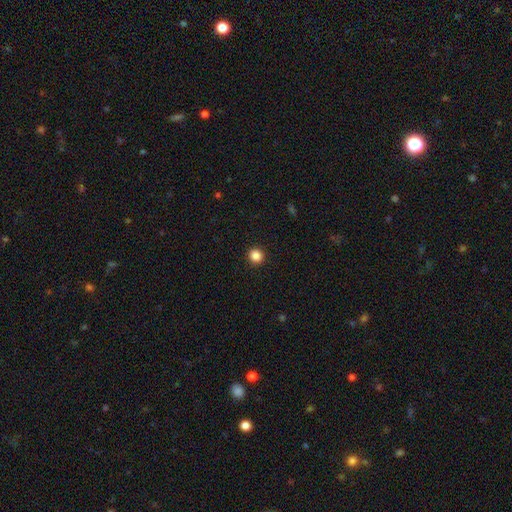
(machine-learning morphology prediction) This appears to be a smooth galaxy with no disk features (86%) that is round (91%). Merging: none (93%).